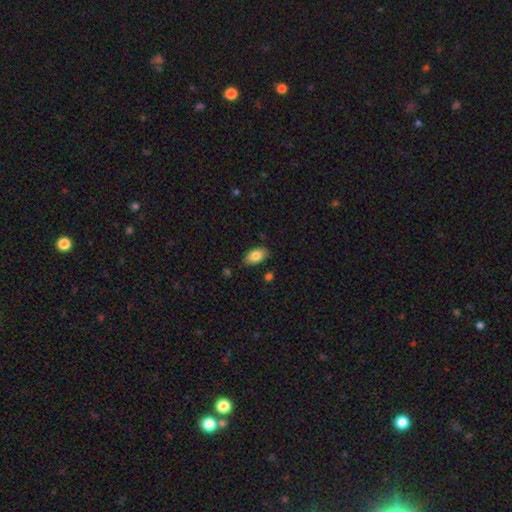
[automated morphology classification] This appears to be a smooth galaxy with no disk features (83%) that is in between round and cigar-shaped (92%). Merging: none (85%).